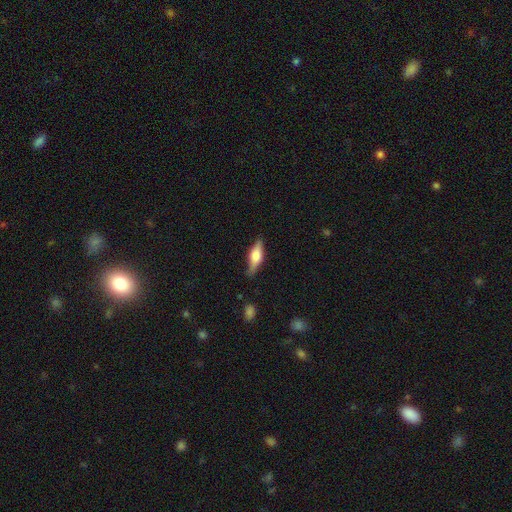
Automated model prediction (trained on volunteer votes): A smooth galaxy with no disk features (48%).

Vote fractions:
- Smooth or featured? smooth: 48% / featured or disk: 46% / star or artifact: 6%
- Merging? none: 76% / minor disturbance: 18% / major disturbance: 4% / merger: 2%